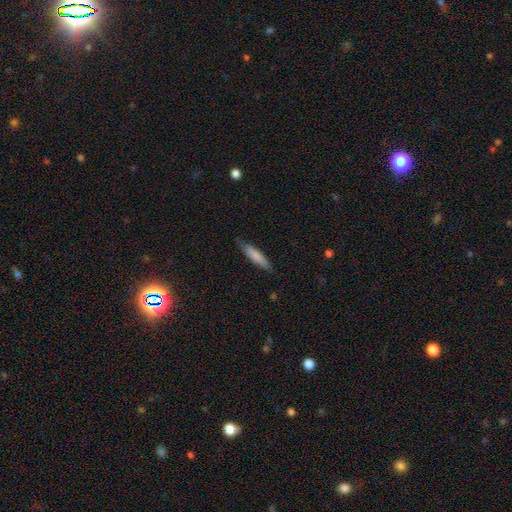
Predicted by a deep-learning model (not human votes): Morphology: type=smooth (79%); roundness=cigar-shaped (78%); merging=none (81%).